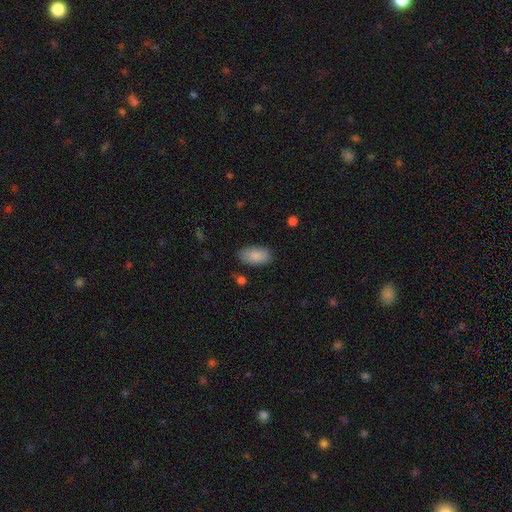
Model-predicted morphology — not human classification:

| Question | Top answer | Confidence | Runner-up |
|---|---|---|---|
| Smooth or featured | smooth | 88% | star or artifact (6%) |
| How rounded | in between | 94% | cigar-shaped (4%) |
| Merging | none | 84% | minor disturbance (11%) |